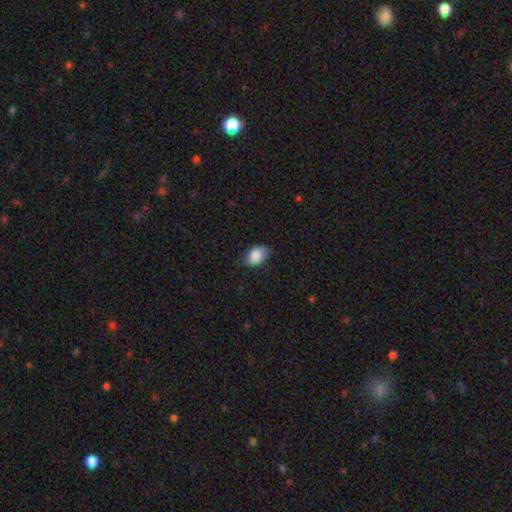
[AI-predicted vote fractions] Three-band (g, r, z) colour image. It shows a smooth galaxy with no disk features (85%) that is in between round and cigar-shaped (84%). Merging: none (73%).